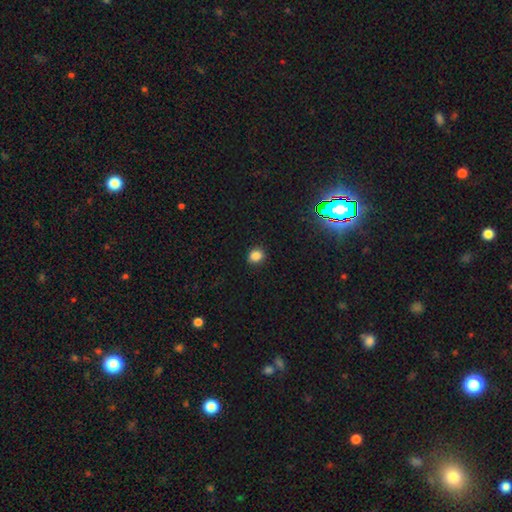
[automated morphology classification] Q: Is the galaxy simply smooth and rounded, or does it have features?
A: smooth — 83%.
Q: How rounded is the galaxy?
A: round — 62%.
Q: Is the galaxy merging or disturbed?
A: none — 88%.